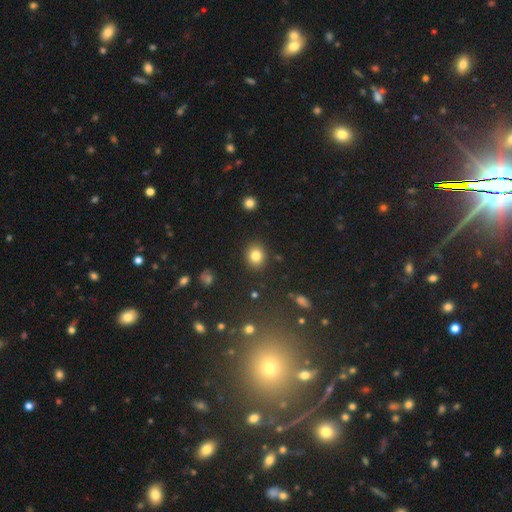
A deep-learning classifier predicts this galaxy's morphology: smooth_or_featured: smooth (p=0.82) [alt: star or artifact p=0.11]
how_rounded: round (p=0.74) [alt: in between p=0.25]
merging: none (p=0.89) [alt: minor disturbance p=0.07]